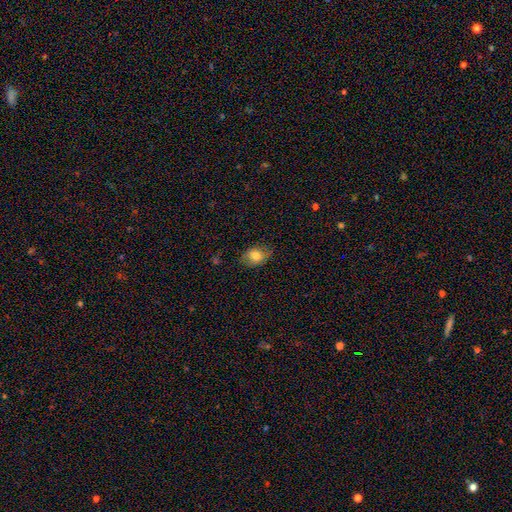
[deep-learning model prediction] smooth_or_featured: smooth (p=0.79) [alt: featured or disk p=0.13]
how_rounded: in between (p=0.74) [alt: round p=0.25]
merging: none (p=0.77) [alt: minor disturbance p=0.18]